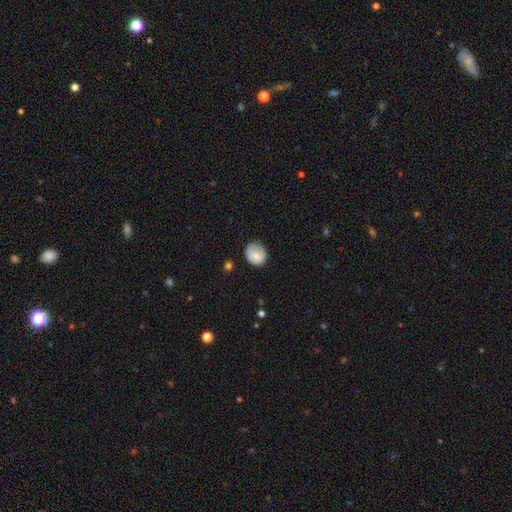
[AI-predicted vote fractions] This is likely a smooth galaxy (74%). How rounded: likely round (68%). Merging: likely none (65%).